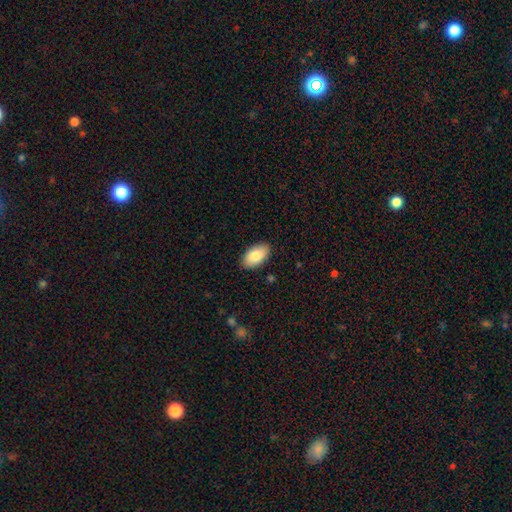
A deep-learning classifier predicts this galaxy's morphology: smooth 84%, featured or disk 10%, star or artifact 6%. Down the decision tree: how rounded — in between (95%); merging — none (88%).